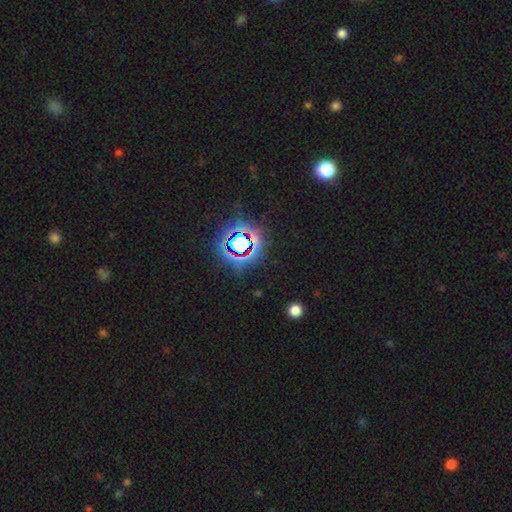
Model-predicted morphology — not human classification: Smooth or featured?
  - star or artifact: 82% *
  - smooth: 12%
  - featured or disk: 6%